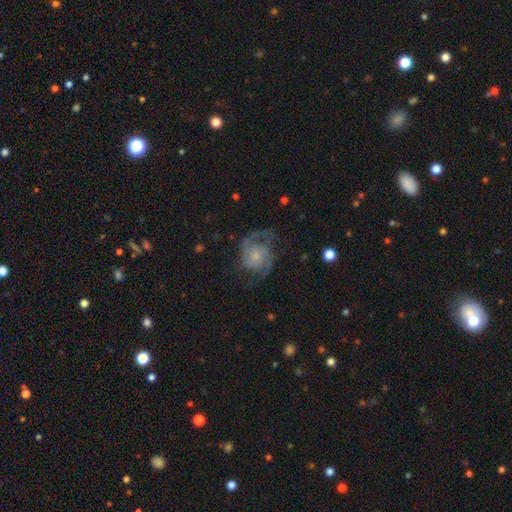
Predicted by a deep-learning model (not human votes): smooth_or_featured: featured or disk (p=0.83) [alt: smooth p=0.11]
disk_edge_on: no (p=0.98) [alt: yes p=0.02]
bar: no (p=0.72) [alt: weak p=0.24]
has_spiral_arms: yes (p=0.96) [alt: no p=0.04]
spiral_winding: medium (p=0.50) [alt: tight p=0.29]
spiral_arm_count: 2 (p=0.77) [alt: can't tell p=0.07]
bulge_size: small (p=0.48) [alt: moderate p=0.28]
merging: none (p=0.63) [alt: minor disturbance p=0.19]